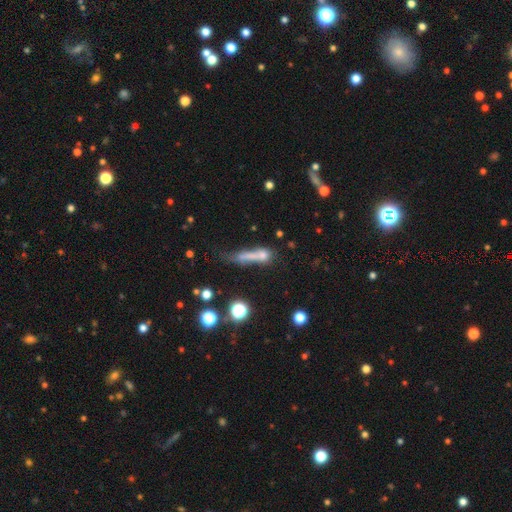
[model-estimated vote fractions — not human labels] Smooth or featured?
  - smooth: 56% *
  - featured or disk: 28%
  - star or artifact: 17%
How rounded?
  - cigar-shaped: 69% *
  - in between: 19%
  - round: 12%
Merging?
  - none: 32% *
  - merger: 28%
  - major disturbance: 22%
  - minor disturbance: 19%